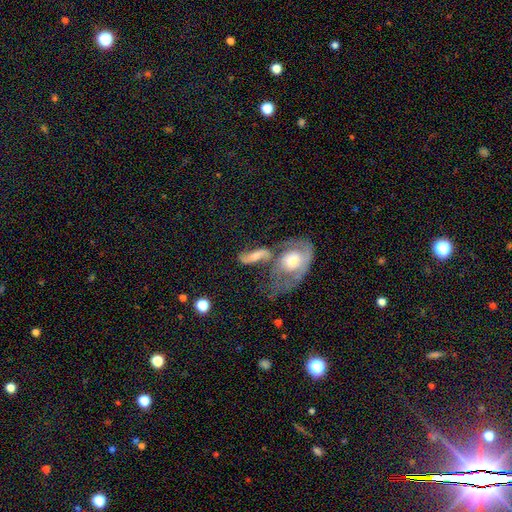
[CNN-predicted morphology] This is likely a featured or disk galaxy (64%). It is clearly not viewed edge-on (89%). Bar: marginally no (45%). Spiral arm pattern: clearly yes (87%). Central bulge: possibly moderate (48%). Merging: possibly merger (46%).